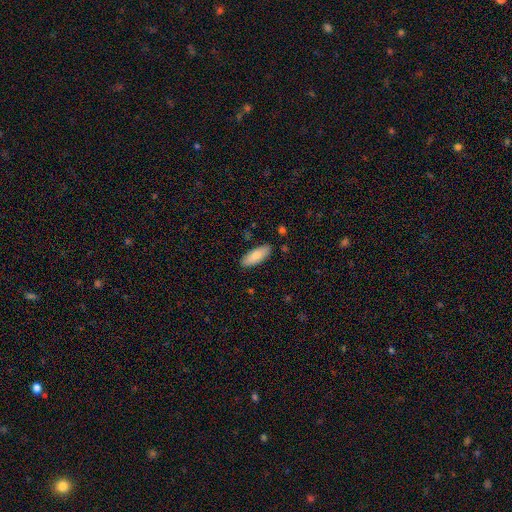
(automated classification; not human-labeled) smooth 83%, featured or disk 11%, star or artifact 6%. Down the decision tree: how rounded — in between (76%); merging — none (87%).